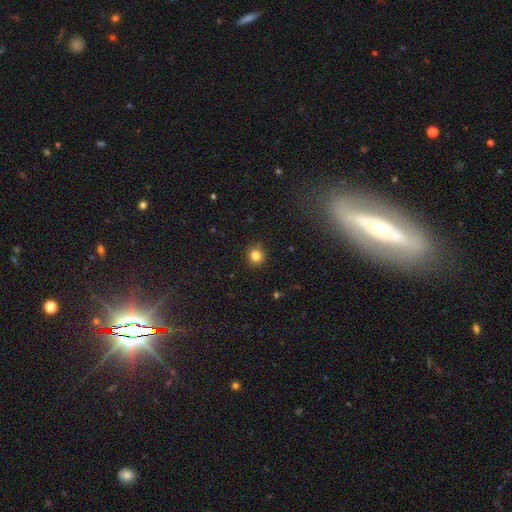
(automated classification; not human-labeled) Smooth or featured? smooth (84%)
How rounded? round (90%)
Merging? none (90%)